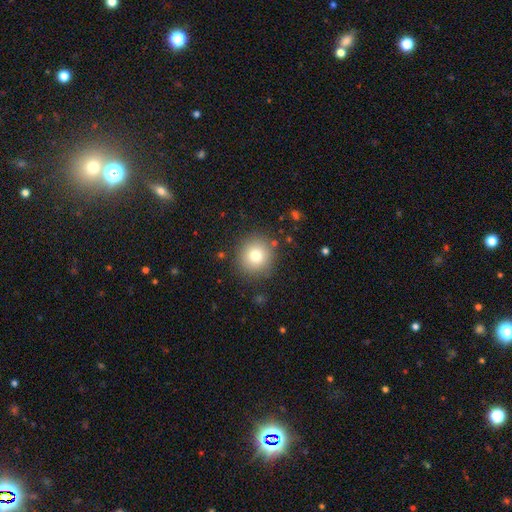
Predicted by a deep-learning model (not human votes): smooth_or_featured: smooth (p=0.77) [alt: star or artifact p=0.12]
how_rounded: round (p=0.93) [alt: in between p=0.06]
merging: none (p=0.88) [alt: minor disturbance p=0.08]